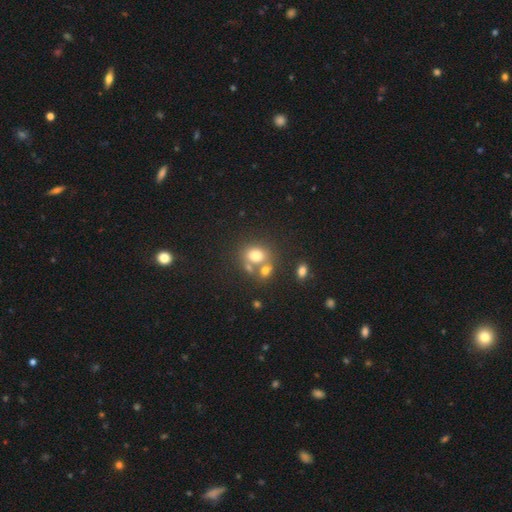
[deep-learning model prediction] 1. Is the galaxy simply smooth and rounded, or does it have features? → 73% smooth, 14% star or artifact, 13% featured or disk.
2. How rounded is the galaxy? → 56% round, 43% in between, 1% cigar-shaped.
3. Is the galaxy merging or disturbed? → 46% none, 38% merger, 11% minor disturbance, 5% major disturbance.